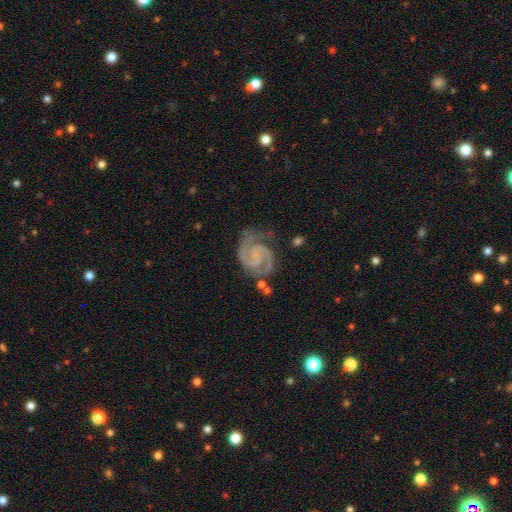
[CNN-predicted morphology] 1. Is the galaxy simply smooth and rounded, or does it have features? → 93% featured or disk, 4% star or artifact, 3% smooth.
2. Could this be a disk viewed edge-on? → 98% no, 2% yes.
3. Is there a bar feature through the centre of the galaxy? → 56% no, 34% weak, 10% strong.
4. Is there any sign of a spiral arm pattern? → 99% yes, 1% no.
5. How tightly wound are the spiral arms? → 48% tight, 46% medium, 6% loose.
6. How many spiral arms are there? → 92% 2, 3% 3, 2% can't tell, 1% 1, 1% 4, 1% more than 4.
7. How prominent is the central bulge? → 53% small, 37% none, 8% moderate, 1% large, 1% dominant.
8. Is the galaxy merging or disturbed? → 73% none, 18% minor disturbance, 6% major disturbance, 3% merger.